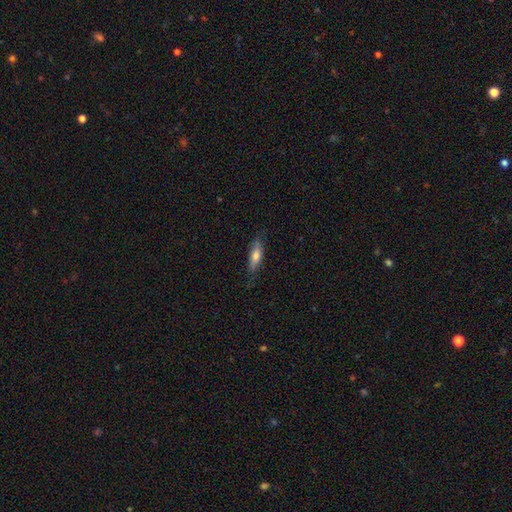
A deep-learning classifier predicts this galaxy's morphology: Smooth or featured: smooth — 65% (featured or disk — 28%)
How rounded: cigar-shaped — 57% (in between — 41%)
Merging: none — 78% (minor disturbance — 17%)